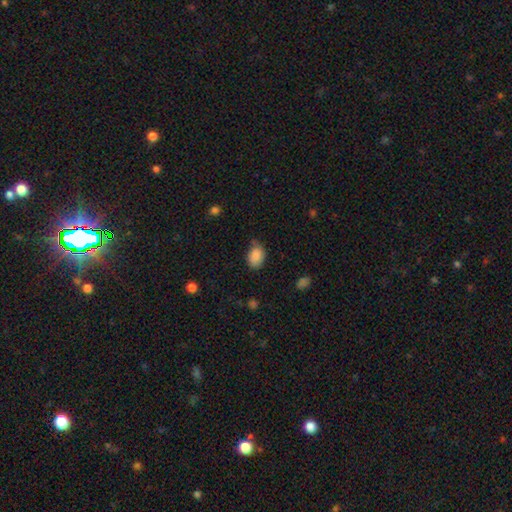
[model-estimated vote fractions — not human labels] Morphology: type=smooth (87%); roundness=in between (82%); merging=none (60%).